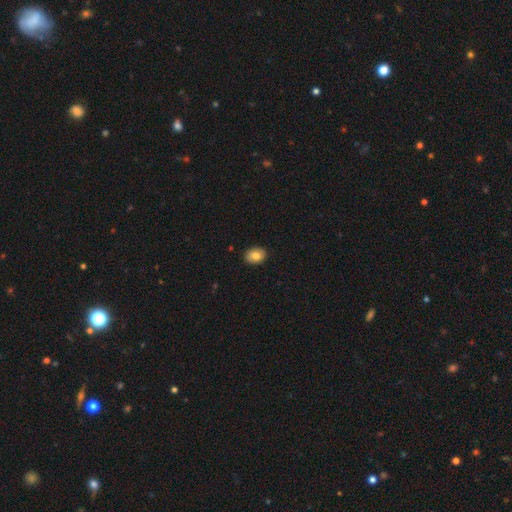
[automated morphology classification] The model was most divided on "how rounded": in between: 72%, round: 27%, cigar-shaped: 1%. More confident: merging — none (90%); smooth or featured — smooth (81%).